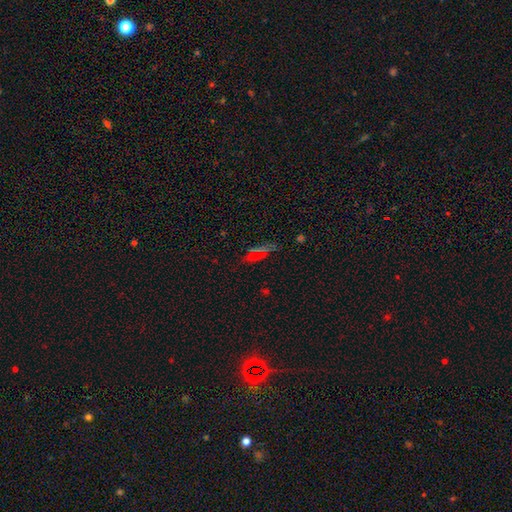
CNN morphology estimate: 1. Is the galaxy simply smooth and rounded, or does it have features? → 58% smooth, 30% star or artifact, 12% featured or disk.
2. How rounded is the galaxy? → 49% in between, 44% cigar-shaped, 7% round.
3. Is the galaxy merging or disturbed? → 82% none, 12% minor disturbance, 4% major disturbance, 2% merger.